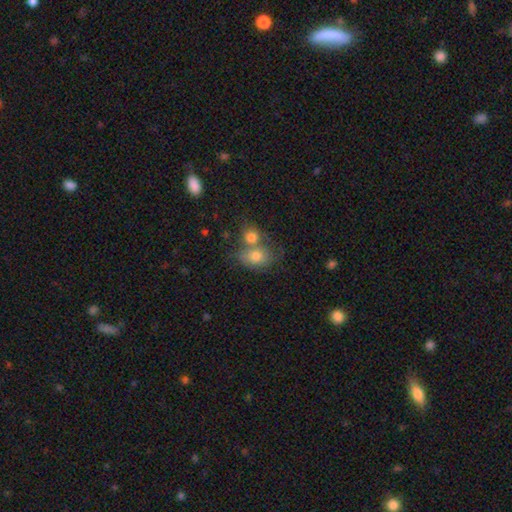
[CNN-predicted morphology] smooth-or-featured: smooth: 75% | featured or disk: 15% | star or artifact: 10%
  how-rounded: in between: 59% | round: 39% | cigar-shaped: 1%
  merging: merger: 52% | none: 32% | minor disturbance: 11% | major disturbance: 5%